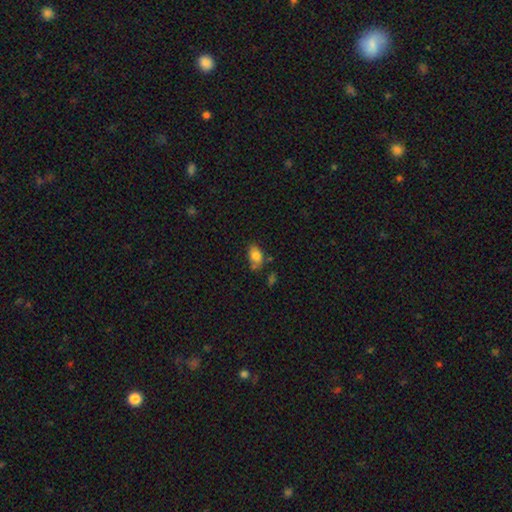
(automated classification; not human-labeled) Overall: smooth (81%). How rounded: in between (83%). Merging: none (55%; minor disturbance 27%).